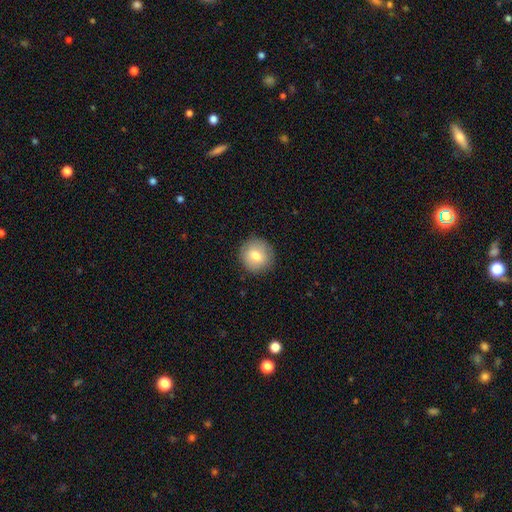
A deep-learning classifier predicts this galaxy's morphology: The model was most divided on "smooth or featured": smooth: 77%, featured or disk: 14%, star or artifact: 9%. More confident: how rounded — round (93%); merging — none (89%).